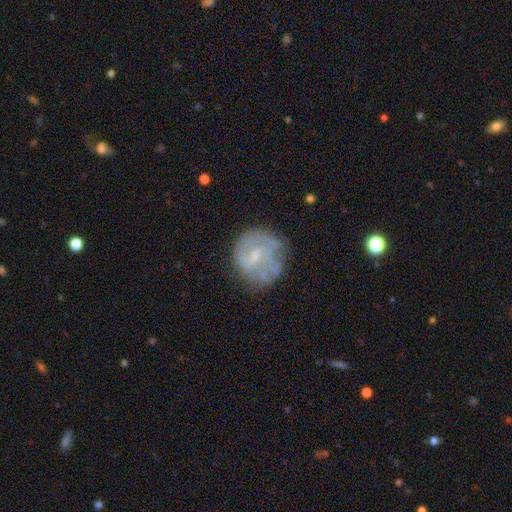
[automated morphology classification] This appears to be a featured or disk galaxy (64%) with a weak bar (46%, tied with no), spiral arms (62%) and a small central bulge (60%). Merging: none (61%).